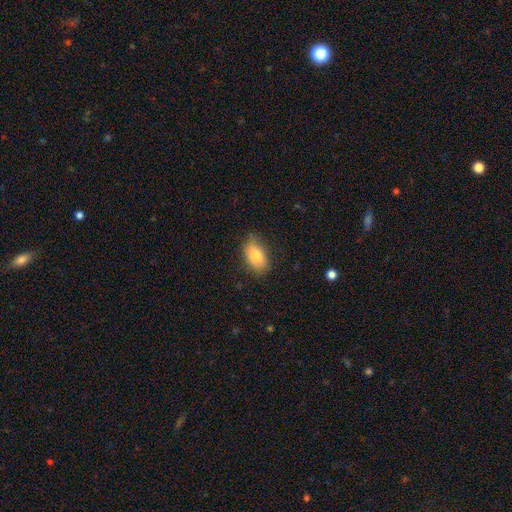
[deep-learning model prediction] Smooth or featured?
  - smooth: 81% *
  - featured or disk: 11%
  - star or artifact: 8%
How rounded?
  - in between: 89% *
  - round: 9%
  - cigar-shaped: 2%
Merging?
  - none: 79% *
  - minor disturbance: 16%
  - major disturbance: 3%
  - merger: 1%